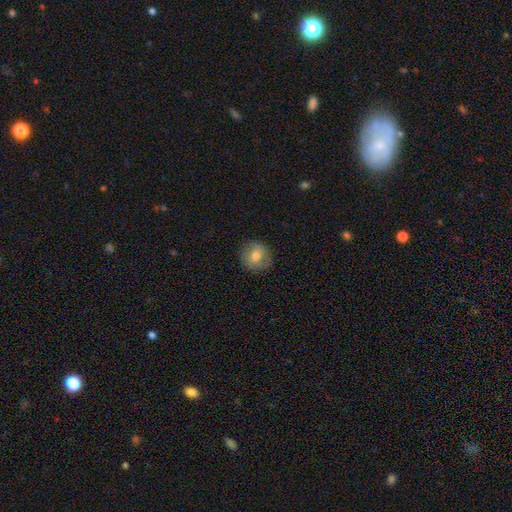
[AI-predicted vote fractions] Smooth or featured?
  - smooth: 69% *
  - featured or disk: 22%
  - star or artifact: 8%
How rounded?
  - round: 89% *
  - in between: 10%
  - cigar-shaped: 1%
Merging?
  - none: 86% *
  - minor disturbance: 10%
  - major disturbance: 3%
  - merger: 1%